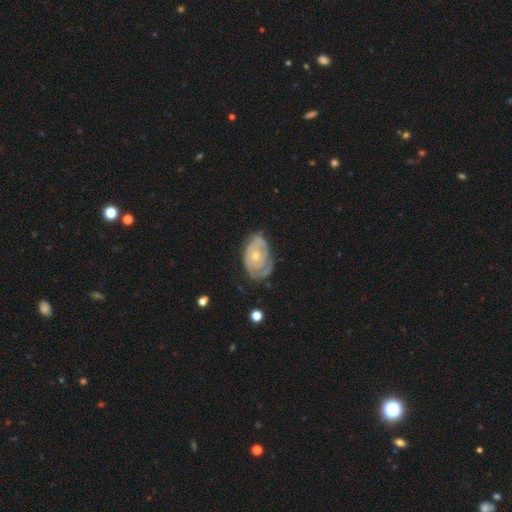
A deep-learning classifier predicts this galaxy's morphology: Smooth or featured?
  - featured or disk: 73% *
  - smooth: 22%
  - star or artifact: 5%
Edge-on disk?
  - no: 95% *
  - yes: 5%
Bar?
  - no: 82% *
  - weak: 16%
  - strong: 3%
Spiral arms?
  - yes: 76% *
  - no: 24%
Spiral winding?
  - tight: 69% *
  - medium: 22%
  - loose: 9%
Spiral arm count?
  - can't tell: 47% *
  - 2: 26%
  - 1: 14%
  - 3: 8%
  - 4: 3%
  - more than 4: 2%
Bulge size?
  - moderate: 49% *
  - small: 47%
  - large: 2%
  - none: 1%
  - dominant: 1%
Merging?
  - none: 57% *
  - minor disturbance: 28%
  - major disturbance: 12%
  - merger: 2%